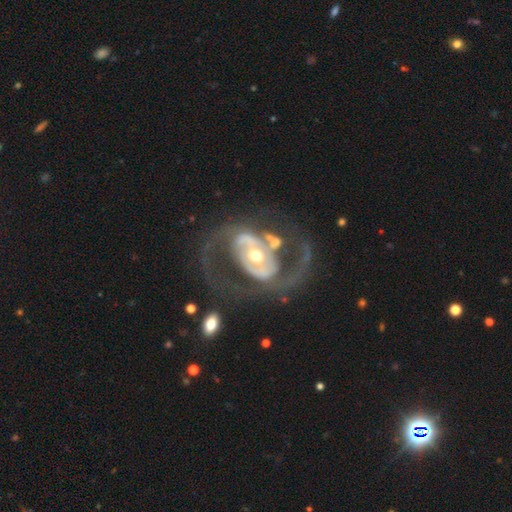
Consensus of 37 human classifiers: A featured or disk galaxy (92%) with no bar (53%), 1 (36%, tied with 2) tight (41%) spiral arms (73%) and a moderate central bulge (83%).

Vote fractions:
- Smooth or featured? featured or disk: 92% / smooth: 5% / star or artifact: 3%
- Edge-on disk? no: 88% / yes: 12%
- Bar? no: 53% / strong: 30% / weak: 17%
- Spiral arms? yes: 73% / no: 27%
- Spiral winding? tight: 41% / loose: 36% / medium: 23%
- Spiral arm count? 1: 36% (tied) / 2: 36% (tied) / can't tell: 18% / 3: 5% / more than 4: 5% / 4: 0%
- Bulge size? moderate: 83% / small: 13% / large: 3% / dominant: 0% / none: 0%
- Merging? major disturbance: 56% / none: 28% / minor disturbance: 11% / merger: 6%